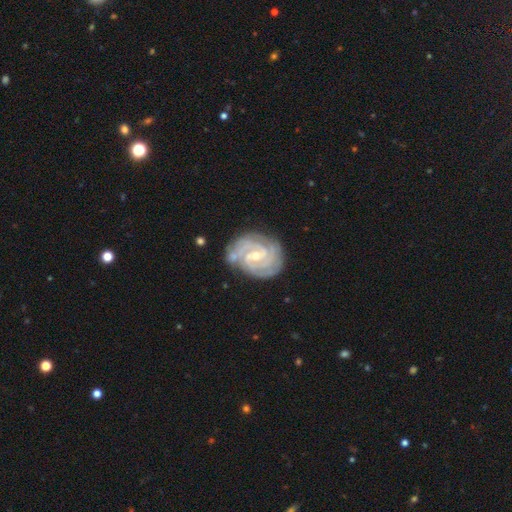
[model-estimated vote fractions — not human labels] Smooth or featured?
  - featured or disk: 89% *
  - star or artifact: 6%
  - smooth: 5%
Edge-on disk?
  - no: 97% *
  - yes: 3%
Bar?
  - weak: 49% *
  - no: 32%
  - strong: 18%
Spiral arms?
  - yes: 98% *
  - no: 2%
Spiral winding?
  - tight: 77% *
  - medium: 20%
  - loose: 3%
Spiral arm count?
  - 3: 30% *
  - 2: 28%
  - can't tell: 17%
  - 4: 15%
  - more than 4: 5%
  - 1: 5%
Bulge size?
  - small: 55% *
  - moderate: 42%
  - large: 1%
  - none: 1%
  - dominant: 1%
Merging?
  - none: 72% *
  - minor disturbance: 18%
  - major disturbance: 5%
  - merger: 4%